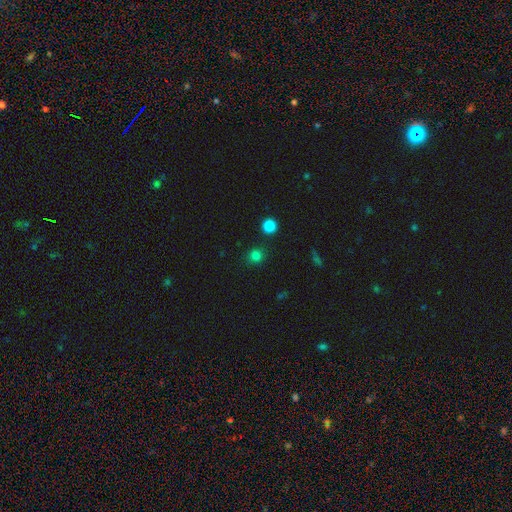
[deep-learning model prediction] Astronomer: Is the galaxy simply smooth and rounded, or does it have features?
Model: smooth — 79%.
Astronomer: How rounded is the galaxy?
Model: round — 90%.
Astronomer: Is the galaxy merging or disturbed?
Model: none — 87%.